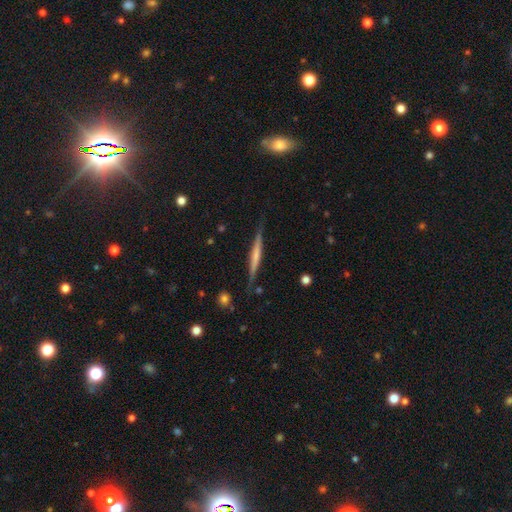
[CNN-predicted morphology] The model was most divided on "smooth or featured": featured or disk: 59%, smooth: 35%, star or artifact: 6%. More confident: edge-on disk — yes (97%); merging — none (84%); edge-on bulge — none (57%).